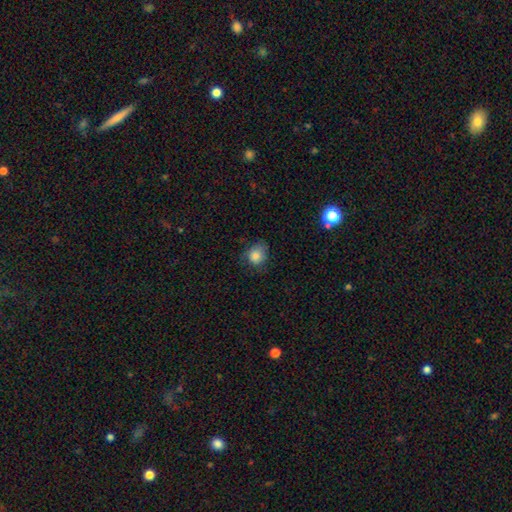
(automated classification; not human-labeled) The model was most divided on "how rounded": round: 66%, in between: 33%, cigar-shaped: 1%. More confident: smooth or featured — smooth (83%); merging — none (61%).